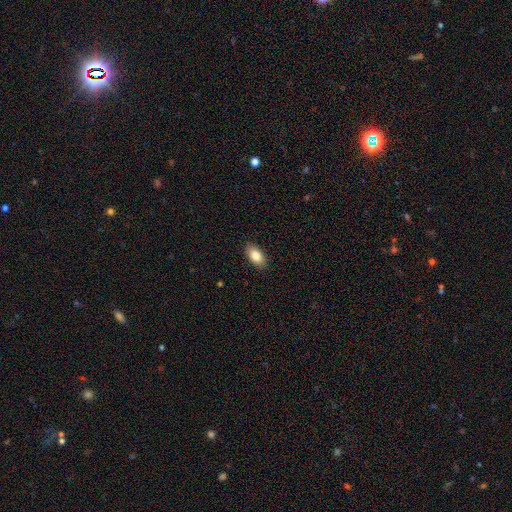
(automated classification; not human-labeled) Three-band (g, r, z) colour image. It shows a smooth galaxy with no disk features (85%) that is in between round and cigar-shaped (93%). Merging: none (89%).